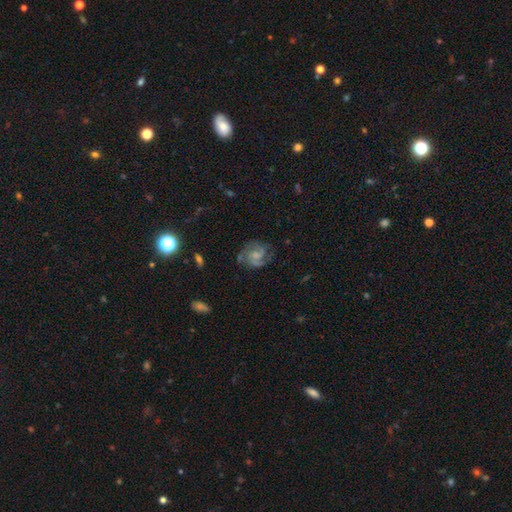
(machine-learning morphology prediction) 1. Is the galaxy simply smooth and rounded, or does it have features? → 79% featured or disk, 14% smooth, 7% star or artifact.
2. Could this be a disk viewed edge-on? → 98% no, 2% yes.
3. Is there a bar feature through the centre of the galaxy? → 55% no, 39% weak, 6% strong.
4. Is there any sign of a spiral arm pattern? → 94% yes, 6% no.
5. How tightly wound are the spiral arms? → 50% medium, 36% tight, 14% loose.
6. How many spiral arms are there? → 60% 2, 17% 3, 13% can't tell, 4% 1, 3% 4, 3% more than 4.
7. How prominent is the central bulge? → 42% small, 29% moderate, 23% none, 4% large, 1% dominant.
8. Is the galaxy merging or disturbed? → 65% none, 20% minor disturbance, 12% major disturbance, 2% merger.